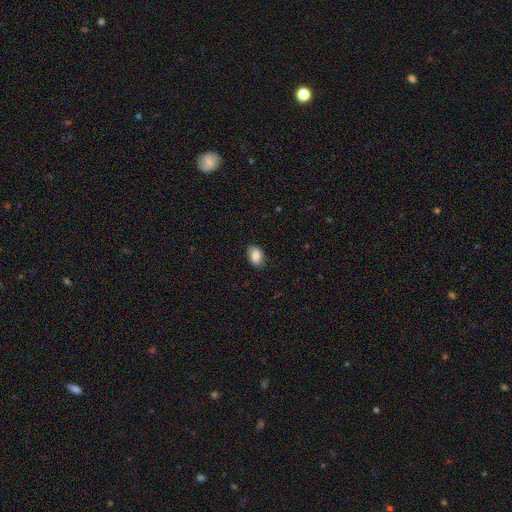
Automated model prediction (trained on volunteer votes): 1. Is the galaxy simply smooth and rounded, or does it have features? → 87% smooth, 7% star or artifact, 6% featured or disk.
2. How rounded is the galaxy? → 87% in between, 12% round, 1% cigar-shaped.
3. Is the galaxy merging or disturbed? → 85% none, 12% minor disturbance, 2% major disturbance, 1% merger.